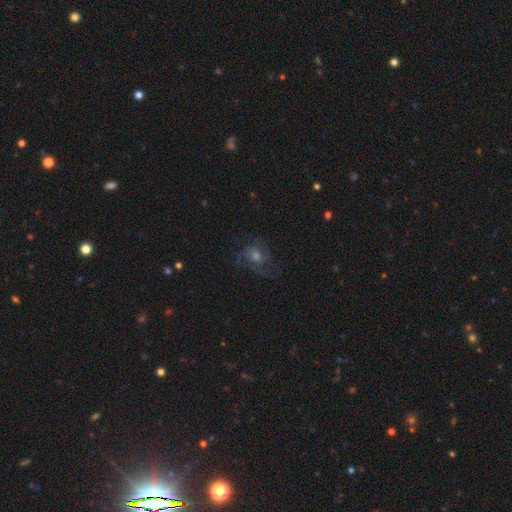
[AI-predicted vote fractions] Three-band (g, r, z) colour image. It shows a featured or disk galaxy (67%) with no bar (69%), 3 (31%) medium (52%) spiral arms (91%) and a moderate central bulge (56%). Merging: none (65%).